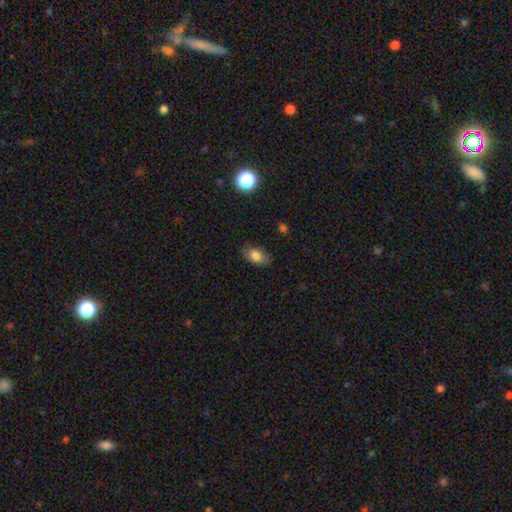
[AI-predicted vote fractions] A smooth galaxy with no disk features (81%) that is in between round and cigar-shaped (89%). Merging: none (81%).